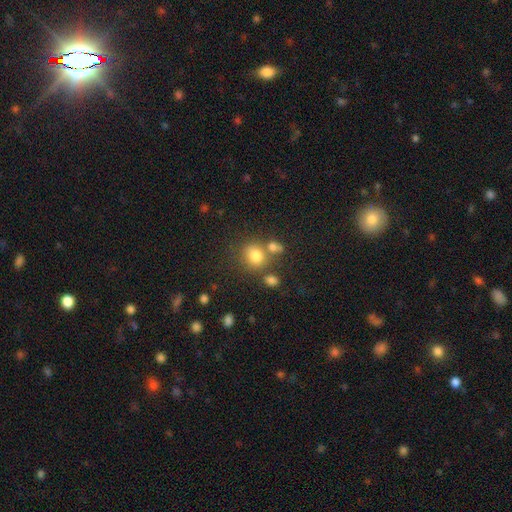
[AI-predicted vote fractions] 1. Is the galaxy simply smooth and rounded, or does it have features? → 78% smooth, 13% star or artifact, 9% featured or disk.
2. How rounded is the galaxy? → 73% round, 26% in between, 1% cigar-shaped.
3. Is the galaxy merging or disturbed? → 58% none, 23% merger, 13% minor disturbance, 6% major disturbance.